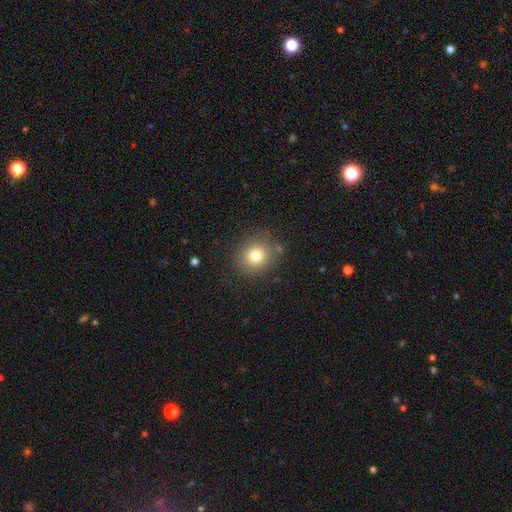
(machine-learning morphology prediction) A smooth galaxy with no disk features (78%) that is round (82%).

Vote fractions:
- Smooth or featured? smooth: 78% / star or artifact: 12% / featured or disk: 10%
- How rounded? round: 82% / in between: 17% / cigar-shaped: 1%
- Merging? none: 84% / minor disturbance: 10% / major disturbance: 3% / merger: 3%